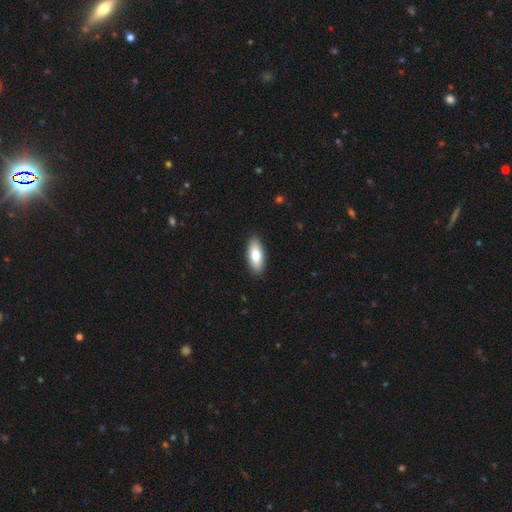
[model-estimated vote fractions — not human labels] The model was most divided on "how rounded": in between: 80%, cigar-shaped: 18%, round: 2%. More confident: merging — none (90%); smooth or featured — smooth (79%).